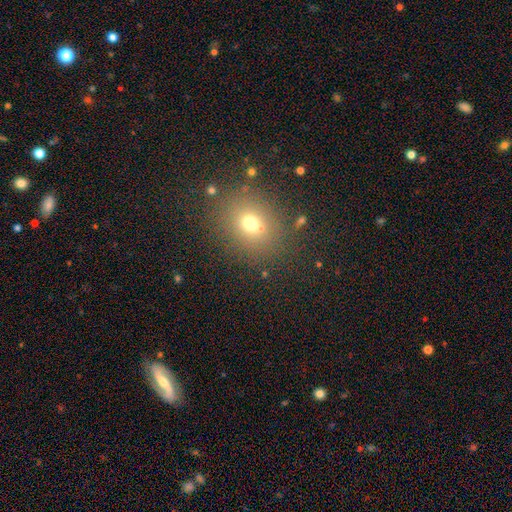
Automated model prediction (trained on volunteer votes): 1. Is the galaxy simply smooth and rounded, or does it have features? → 63% smooth, 28% star or artifact, 9% featured or disk.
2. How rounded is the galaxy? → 73% round, 25% in between, 2% cigar-shaped.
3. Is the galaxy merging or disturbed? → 87% none, 7% minor disturbance, 3% major disturbance, 2% merger.